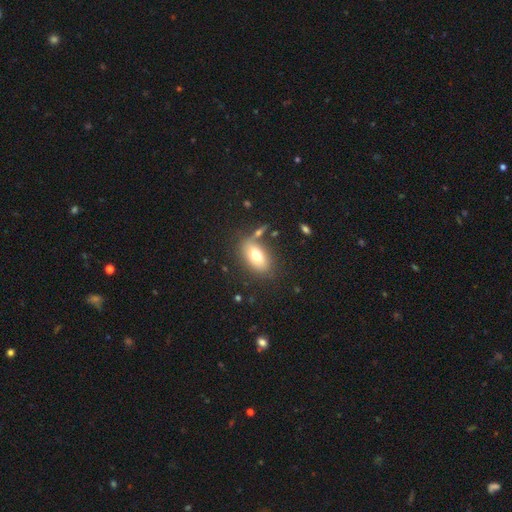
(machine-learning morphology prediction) This appears to be a smooth galaxy with no disk features (73%) that is in between round and cigar-shaped (88%). Merging: none (70%).